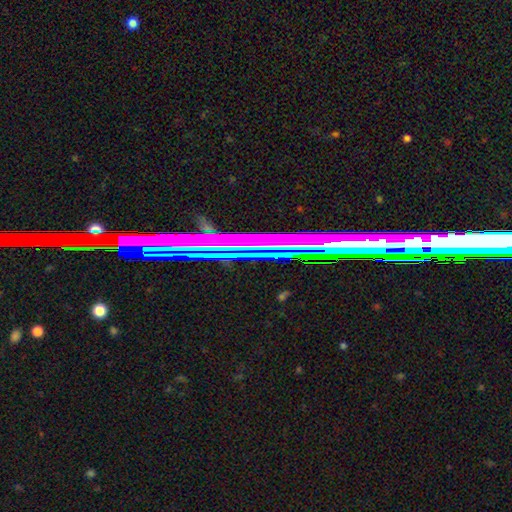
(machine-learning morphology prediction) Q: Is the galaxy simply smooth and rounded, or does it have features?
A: star or artifact — 50%.